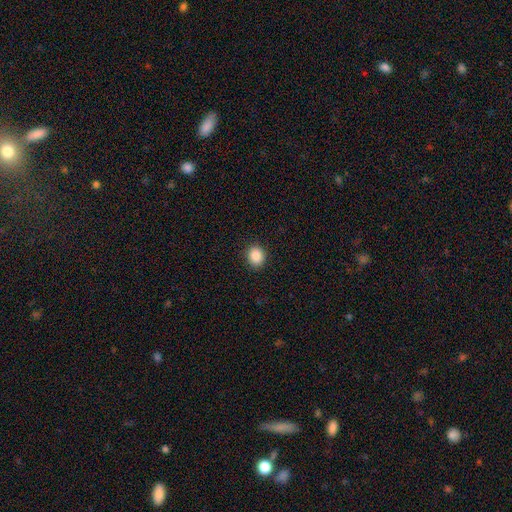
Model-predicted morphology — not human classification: The model was most divided on "how rounded": round: 74%, in between: 25%, cigar-shaped: 1%. More confident: merging — none (90%); smooth or featured — smooth (88%).